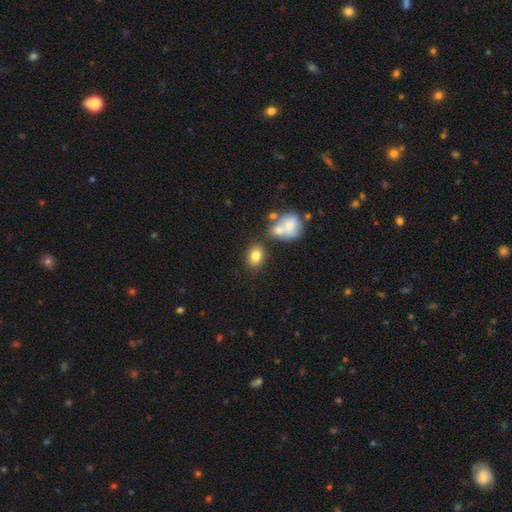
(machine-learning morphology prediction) smooth-or-featured: smooth: 81% | star or artifact: 10% | featured or disk: 9%
  how-rounded: in between: 65% | round: 34% | cigar-shaped: 1%
  merging: none: 70% | merger: 13% | minor disturbance: 12% | major disturbance: 4%